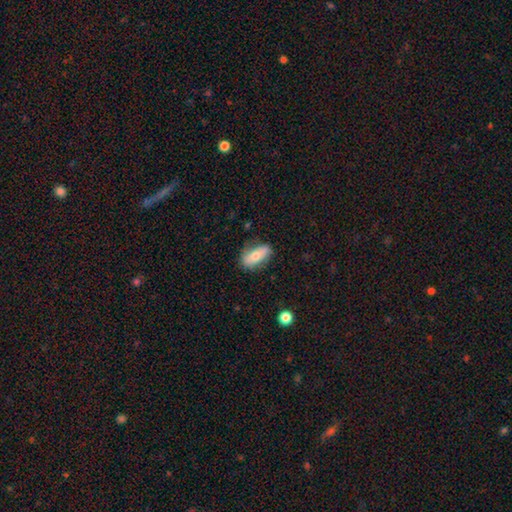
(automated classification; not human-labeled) A smooth galaxy with no disk features (66%) that is in between round and cigar-shaped (86%). Merging: none (74%).